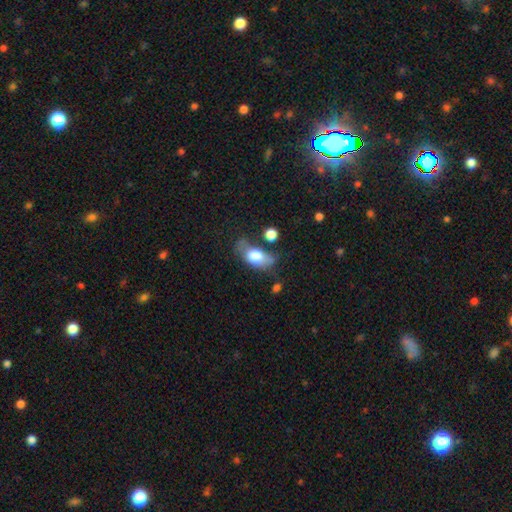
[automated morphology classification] Q: Smooth or featured?
A: smooth (71%); runner-up: featured or disk (22%)
Q: How rounded?
A: in between (85%); runner-up: round (10%)
Q: Merging?
A: none (38%); runner-up: minor disturbance (31%)